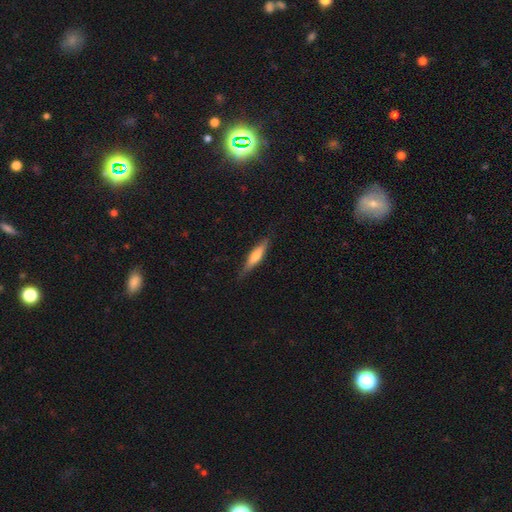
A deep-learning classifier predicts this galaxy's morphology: Smooth or featured? Predicted: smooth (p=0.49). Merging? Predicted: none (p=0.83).